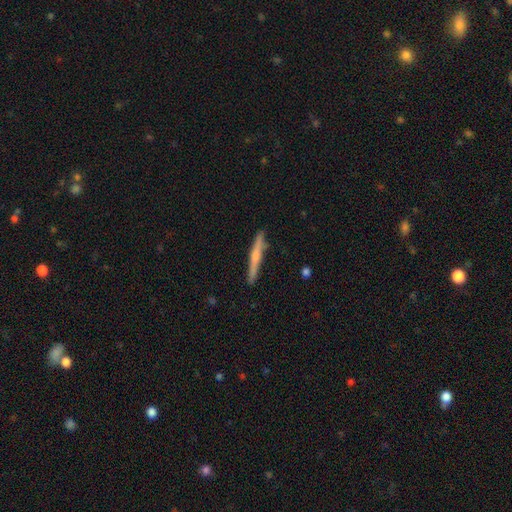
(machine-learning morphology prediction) This is possibly a featured or disk galaxy (52%). It is clearly viewed edge-on (97%). Edge-on bulge: possibly rounded (54%). Merging: clearly none (89%).